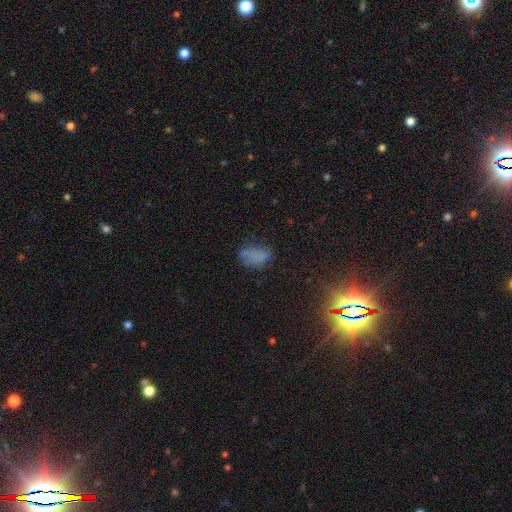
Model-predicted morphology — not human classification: Overall: smooth (66%). How rounded: in between (86%). Merging: none (53%; minor disturbance 28%).